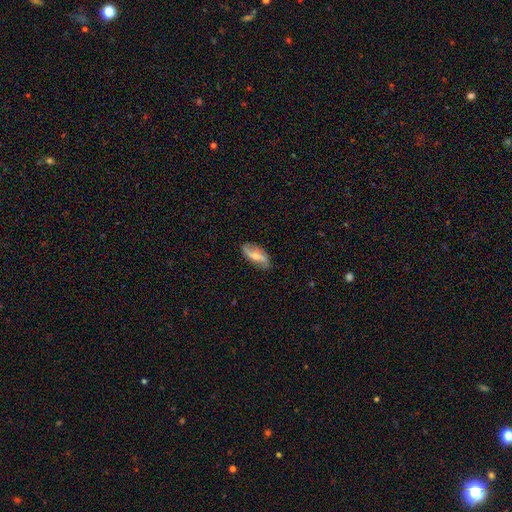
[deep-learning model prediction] featured or disk 68%, smooth 25%, star or artifact 7%. Down the decision tree: edge-on disk — no (87%); bar — weak (36%); spiral arms — yes (84%); spiral arm count — 2 (90%); spiral winding — loose (71%); bulge size — moderate (49%); merging — none (84%).